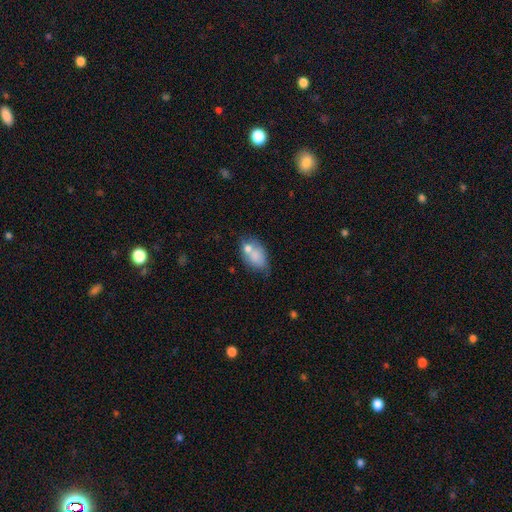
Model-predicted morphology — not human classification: This appears to be a smooth galaxy with no disk features (72%) that is in between round and cigar-shaped (86%). Merging: none (39%).